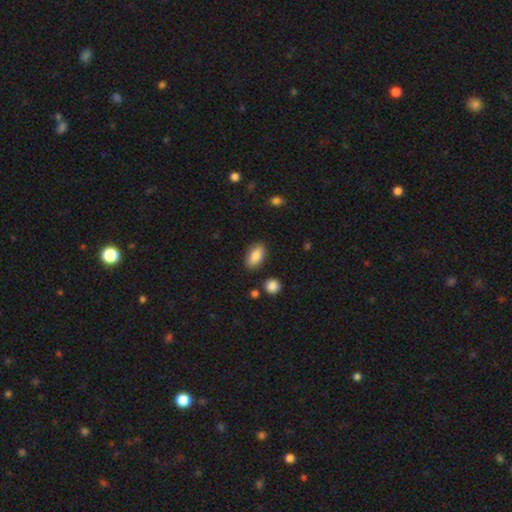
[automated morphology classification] This is clearly a smooth galaxy (85%). How rounded: clearly in between (91%). Merging: clearly none (85%).